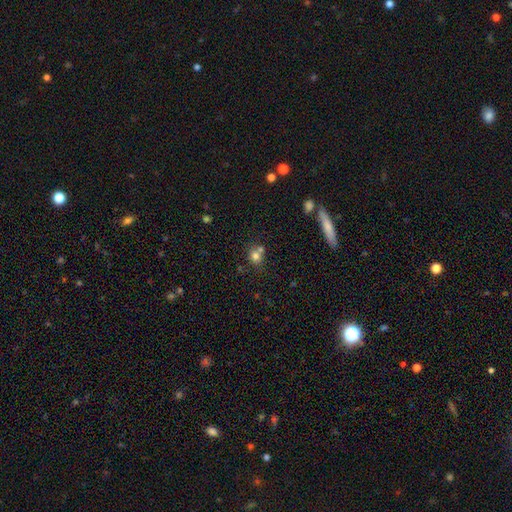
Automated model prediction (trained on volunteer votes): Overall: smooth (75%). How rounded: round (78%). Merging: none (52%; merger 35%).